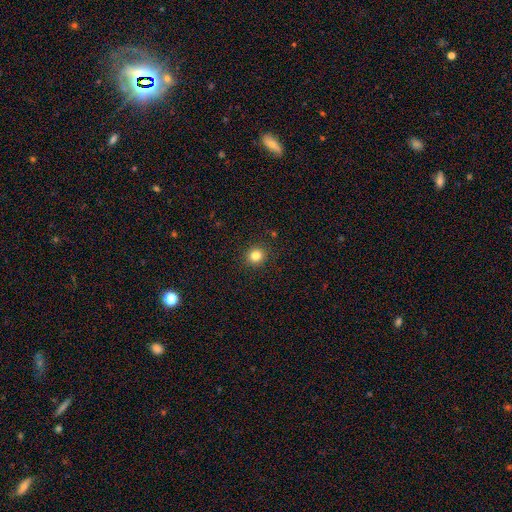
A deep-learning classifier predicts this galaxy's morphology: Smooth or featured: smooth — 83% (star or artifact — 12%)
How rounded: round — 90% (in between — 9%)
Merging: none — 91% (minor disturbance — 6%)